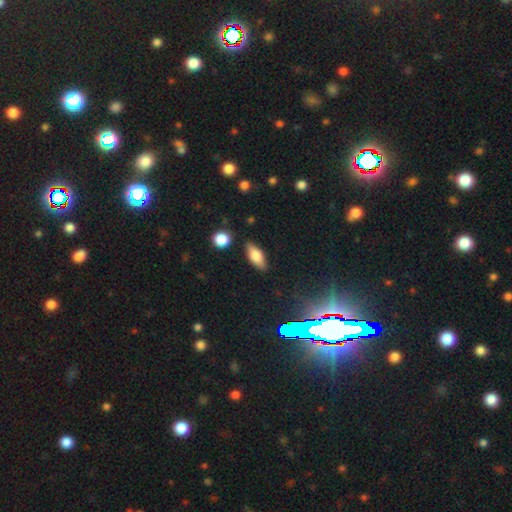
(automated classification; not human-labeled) A smooth galaxy with no disk features (72%) that is in between round and cigar-shaped (78%). Merging: none (84%).